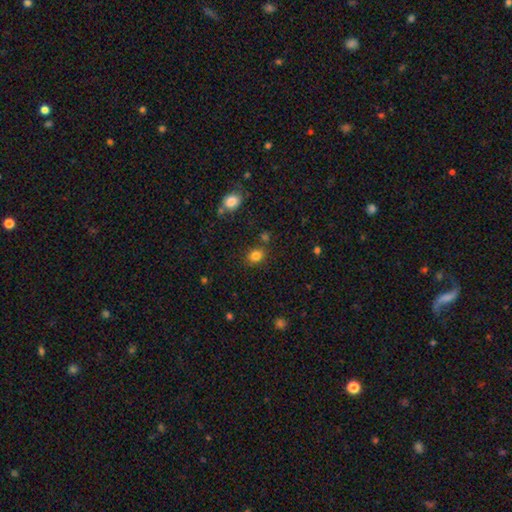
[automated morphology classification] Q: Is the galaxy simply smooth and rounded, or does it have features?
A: smooth — 82%.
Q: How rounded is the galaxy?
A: round — 54%.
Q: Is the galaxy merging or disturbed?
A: none — 79%.